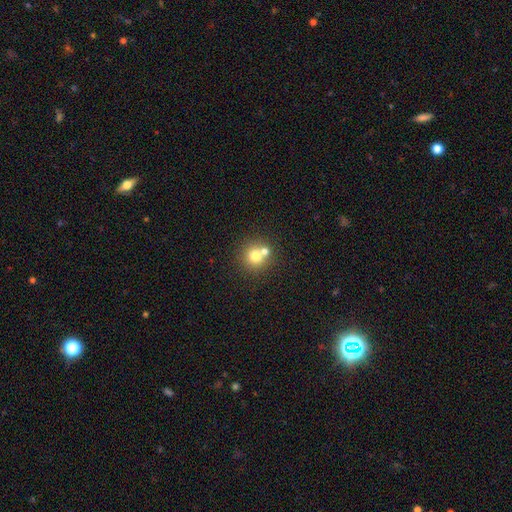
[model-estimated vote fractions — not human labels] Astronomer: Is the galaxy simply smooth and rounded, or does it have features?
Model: smooth — 73%.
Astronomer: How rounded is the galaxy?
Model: round — 91%.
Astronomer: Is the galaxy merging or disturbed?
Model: none — 56% (runner-up: merger, 35%).